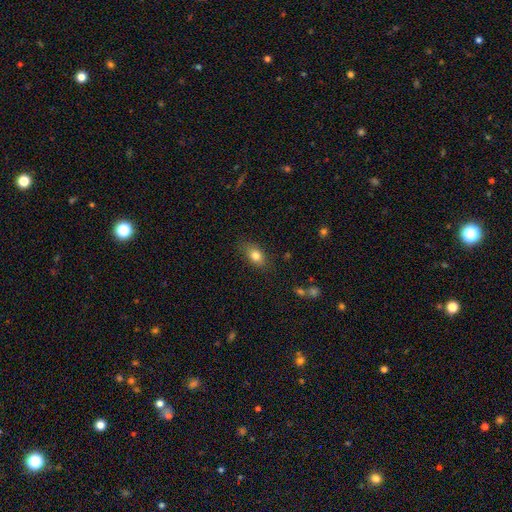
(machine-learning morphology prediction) Smooth or featured?
  - smooth: 80% *
  - featured or disk: 11%
  - star or artifact: 9%
How rounded?
  - in between: 82% *
  - round: 13%
  - cigar-shaped: 5%
Merging?
  - none: 80% *
  - minor disturbance: 15%
  - major disturbance: 4%
  - merger: 1%